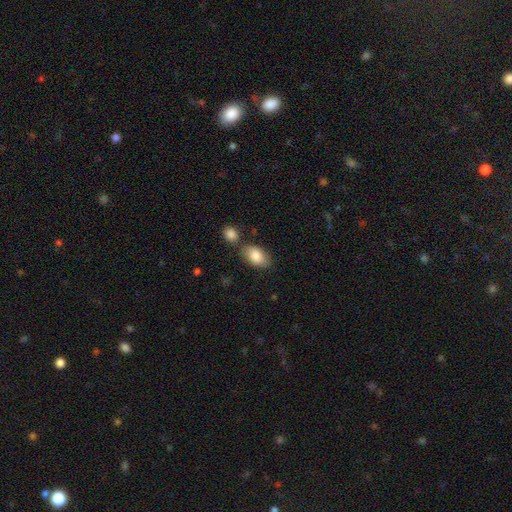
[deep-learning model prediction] Smooth or featured: smooth — 85% (featured or disk — 9%)
How rounded: in between — 92% (round — 6%)
Merging: none — 68% (merger — 14%)